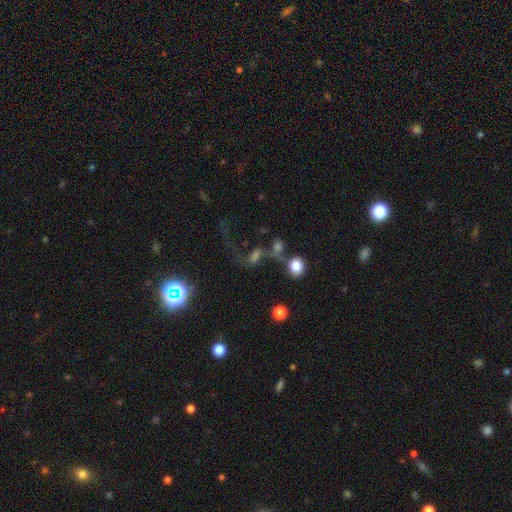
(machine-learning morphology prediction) This is marginally a smooth galaxy (37%). Merging: marginally none (34%).